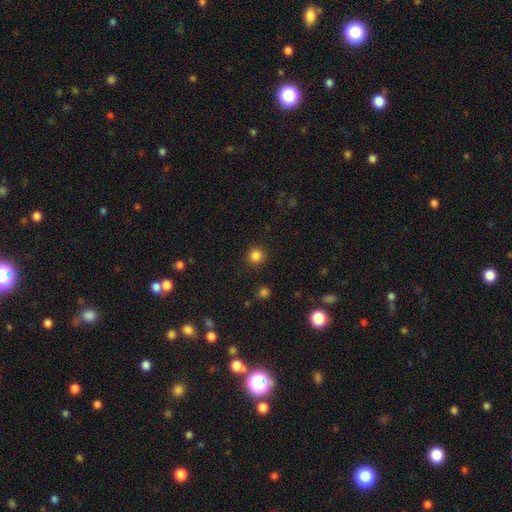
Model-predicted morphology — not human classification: Smooth or featured? Predicted: smooth (p=0.84). How rounded? Predicted: round (p=0.93). Merging? Predicted: none (p=0.91).